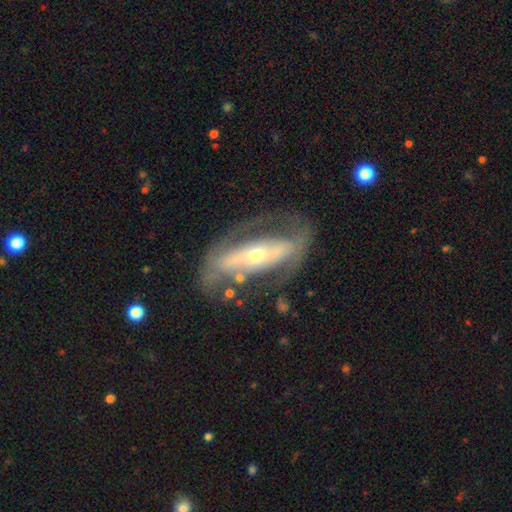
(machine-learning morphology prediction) Q: Smooth or featured?
A: featured or disk (76%); runner-up: smooth (17%)
Q: Edge-on disk?
A: no (79%); runner-up: yes (21%)
Q: Bar?
A: strong (48%); runner-up: no (36%)
Q: Spiral arms?
A: yes (54%); runner-up: no (46%)
Q: Bulge size?
A: small (54%); runner-up: moderate (41%)
Q: Merging?
A: none (61%); runner-up: major disturbance (18%)